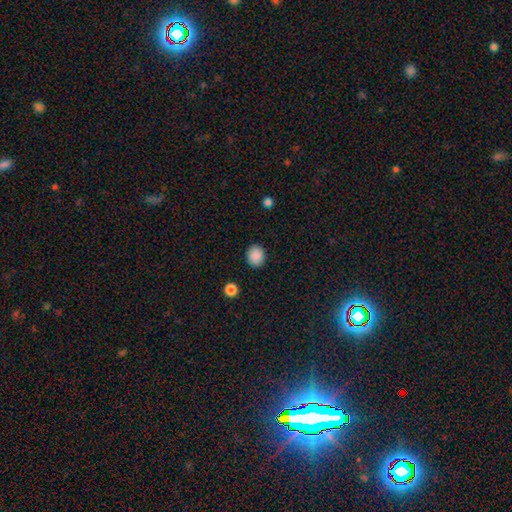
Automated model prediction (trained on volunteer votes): Smooth or featured: smooth — 88% (star or artifact — 9%)
How rounded: round — 76% (in between — 23%)
Merging: none — 90% (minor disturbance — 7%)